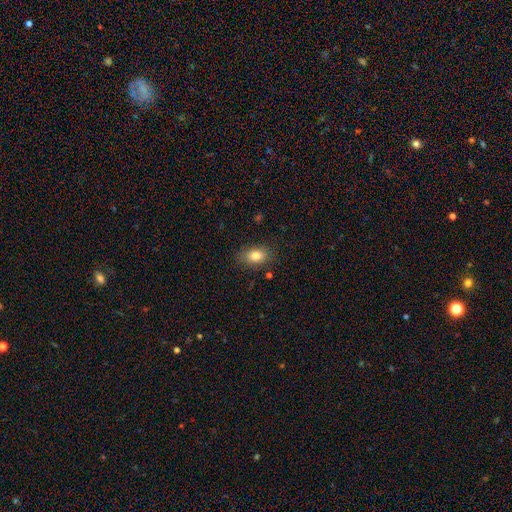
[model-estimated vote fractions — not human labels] This is clearly a smooth galaxy (82%). How rounded: clearly in between (83%). Merging: clearly none (84%).